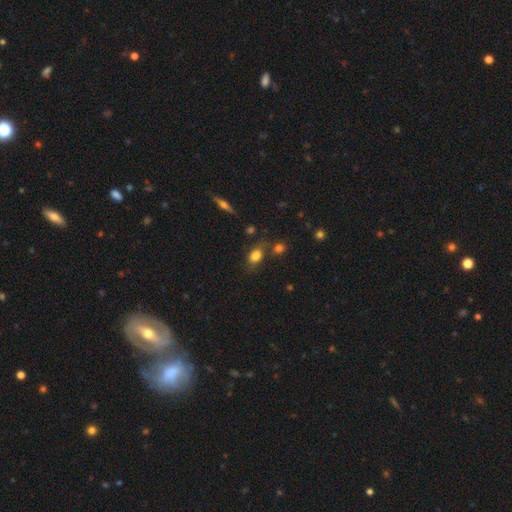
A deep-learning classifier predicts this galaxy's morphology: Smooth or featured?
  - smooth: 80% *
  - star or artifact: 11%
  - featured or disk: 10%
How rounded?
  - in between: 75% *
  - round: 22%
  - cigar-shaped: 3%
Merging?
  - none: 63% *
  - minor disturbance: 18%
  - merger: 12%
  - major disturbance: 6%